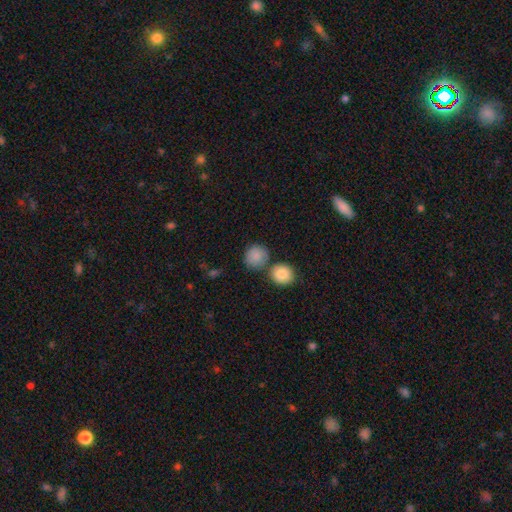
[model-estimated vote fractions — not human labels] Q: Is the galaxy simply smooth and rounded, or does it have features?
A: smooth — 86%.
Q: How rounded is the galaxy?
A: round — 85%.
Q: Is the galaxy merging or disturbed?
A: none — 66%.